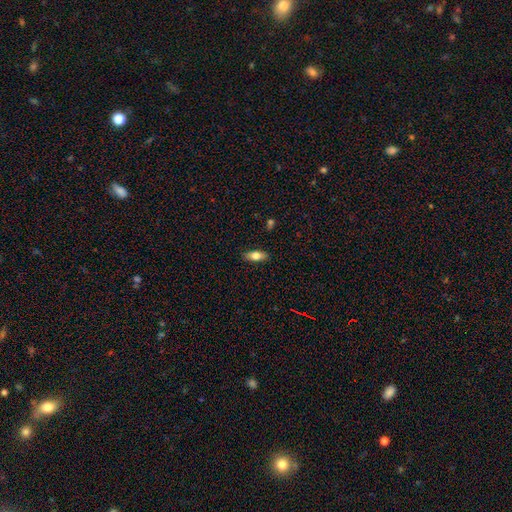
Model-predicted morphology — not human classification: Overall: smooth (75%). How rounded: in between (80%). Merging: none (88%).